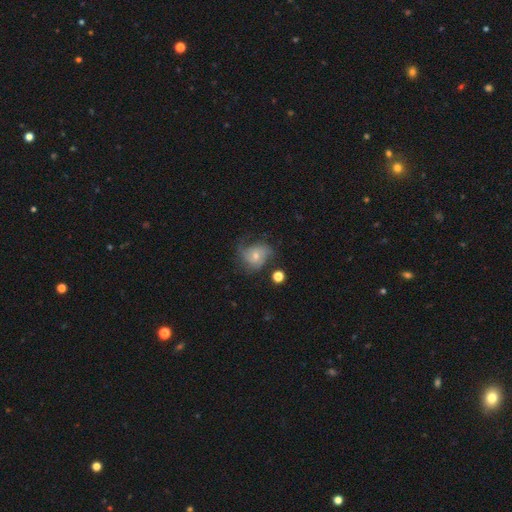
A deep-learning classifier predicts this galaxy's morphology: smooth-or-featured: featured or disk: 57% | smooth: 34% | star or artifact: 9%
  disk-edge-on: no: 97% | yes: 3%
    bar: no: 73% | weak: 23% | strong: 4%
    has-spiral-arms: yes: 84% | no: 16%
    bulge-size: small: 53% | moderate: 41% | none: 2% | large: 2% | dominant: 1%
  merging: none: 50% | minor disturbance: 27% | major disturbance: 20% | merger: 3%